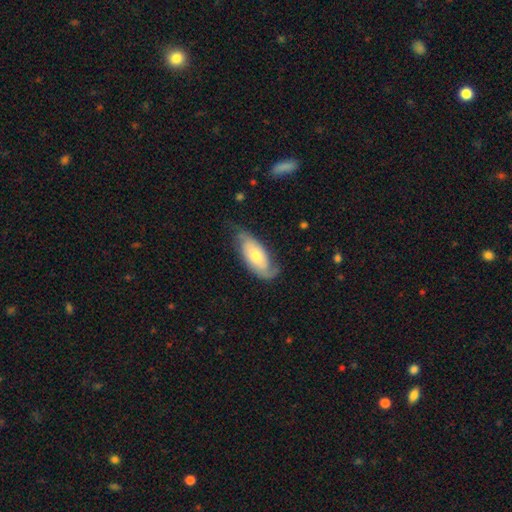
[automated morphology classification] The model was most divided on "bulge size": moderate: 56%, small: 32%, large: 8%, none: 2%, dominant: 2%. More confident: edge-on disk — no (89%); spiral arms — yes (86%); bar — no (71%); smooth or featured — featured or disk (60%); merging — none (59%).